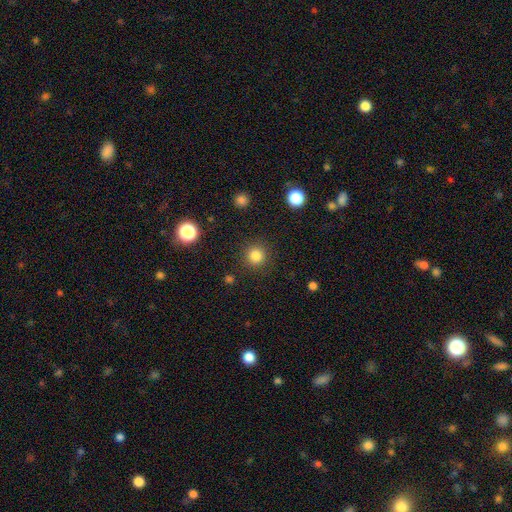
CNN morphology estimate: Q: Smooth or featured?
A: smooth (83%); runner-up: star or artifact (13%)
Q: How rounded?
A: round (94%); runner-up: in between (5%)
Q: Merging?
A: none (89%); runner-up: minor disturbance (6%)